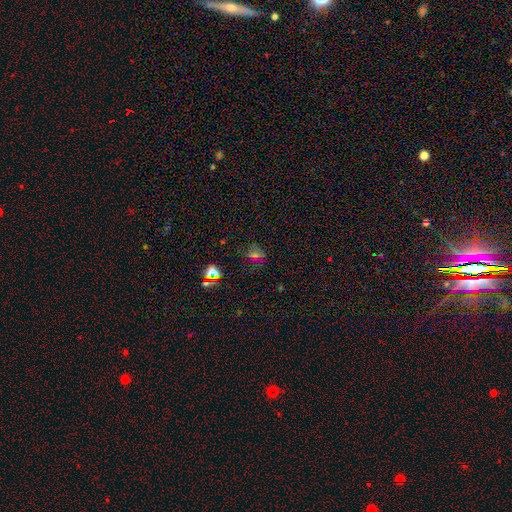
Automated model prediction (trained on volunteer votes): This is marginally a star or artifact rather than a galaxy (45%).